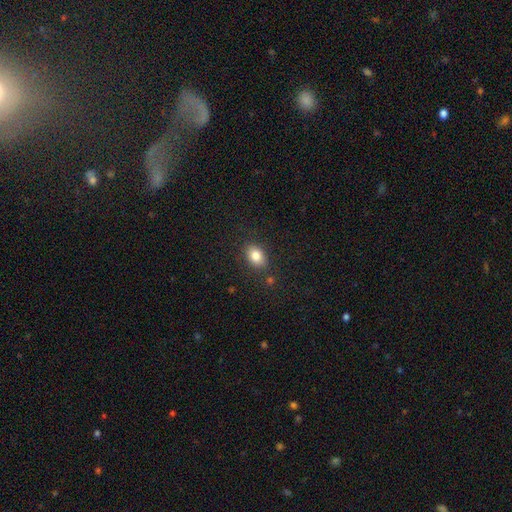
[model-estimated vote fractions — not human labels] This appears to be a smooth galaxy with no disk features (83%) that is in between round and cigar-shaped (80%). Merging: none (82%).